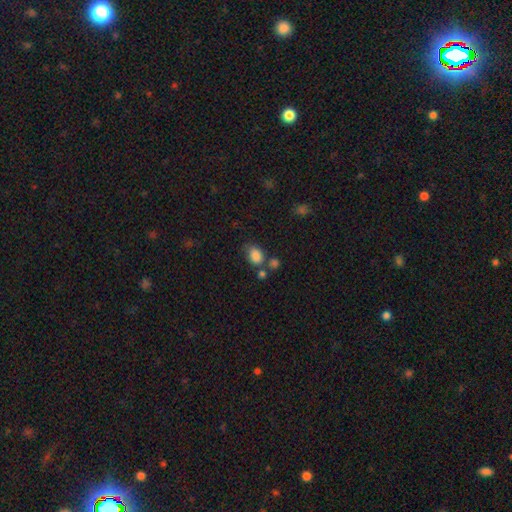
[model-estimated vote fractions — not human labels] smooth-or-featured: smooth: 85% | star or artifact: 10% | featured or disk: 5%
  how-rounded: in between: 75% | round: 24% | cigar-shaped: 1%
  merging: none: 52% | minor disturbance: 20% | merger: 20% | major disturbance: 8%